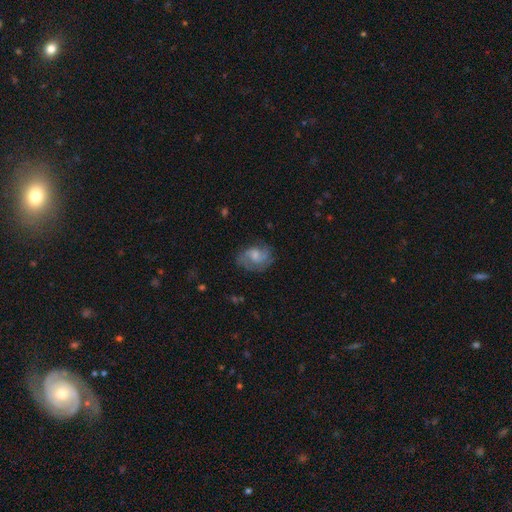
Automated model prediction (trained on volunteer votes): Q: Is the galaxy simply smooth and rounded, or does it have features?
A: featured or disk — 66%.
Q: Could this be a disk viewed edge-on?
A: no — 98%.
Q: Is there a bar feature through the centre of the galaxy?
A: no — 59%.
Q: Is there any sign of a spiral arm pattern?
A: yes — 90%.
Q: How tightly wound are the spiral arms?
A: medium — 50%.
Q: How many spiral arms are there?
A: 2 — 62%.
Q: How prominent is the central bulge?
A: moderate — 36%.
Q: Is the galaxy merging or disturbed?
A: none — 65%.